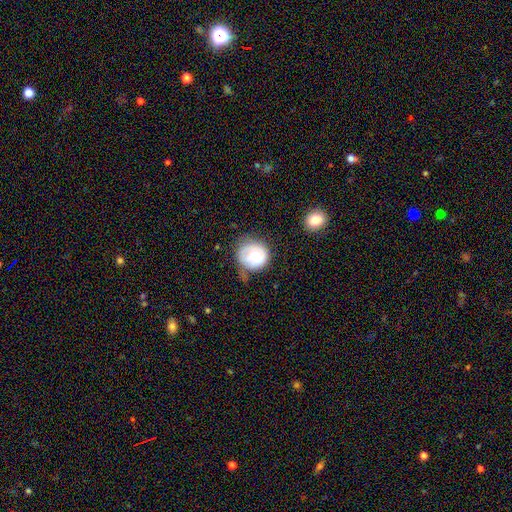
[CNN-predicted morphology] smooth-or-featured: smooth: 62% | featured or disk: 30% | star or artifact: 8%
  how-rounded: round: 84% | in between: 16% | cigar-shaped: 1%
  merging: none: 48% | minor disturbance: 33% | major disturbance: 15% | merger: 4%